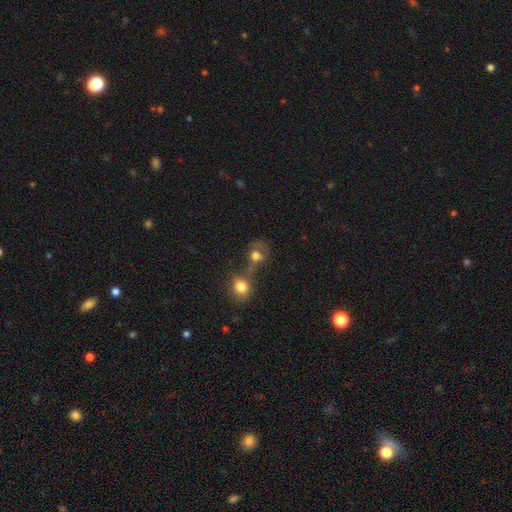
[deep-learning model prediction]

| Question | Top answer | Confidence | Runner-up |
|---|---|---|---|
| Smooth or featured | smooth | 62% | featured or disk (22%) |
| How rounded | round | 57% | in between (41%) |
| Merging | merger | 45% | none (27%) |